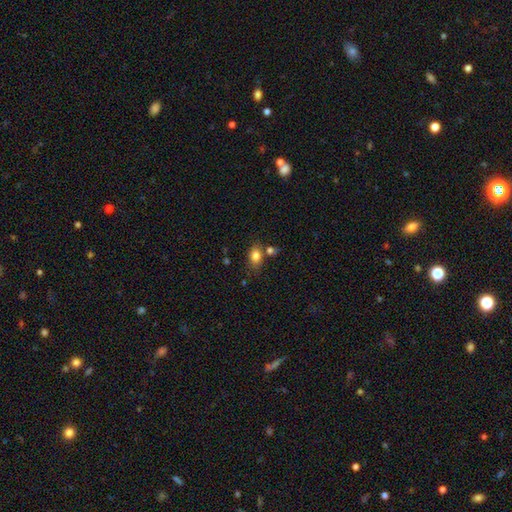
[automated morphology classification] Overall: smooth (82%). How rounded: in between (75%). Merging: none (64%).